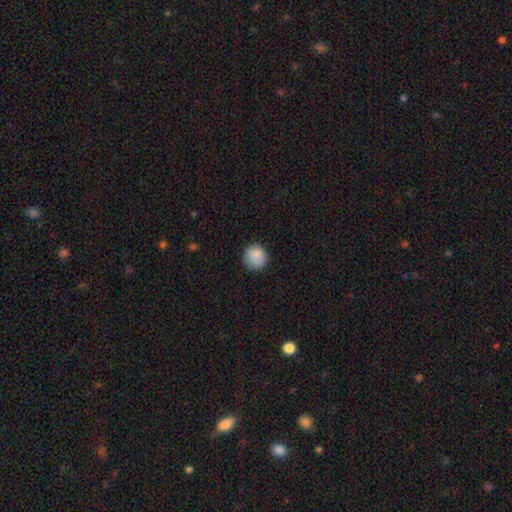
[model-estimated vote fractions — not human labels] Morphology: type=smooth (87%); roundness=round (92%); merging=none (83%).